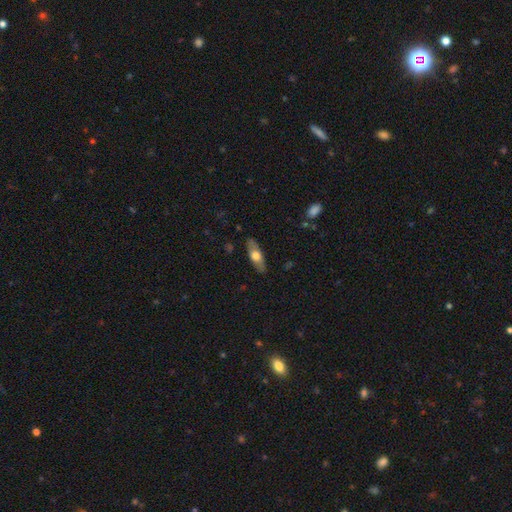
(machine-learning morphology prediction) Smooth or featured?
  - smooth: 54% *
  - featured or disk: 40%
  - star or artifact: 6%
How rounded?
  - in between: 60% *
  - cigar-shaped: 37%
  - round: 3%
Merging?
  - none: 85% *
  - minor disturbance: 11%
  - major disturbance: 2%
  - merger: 1%